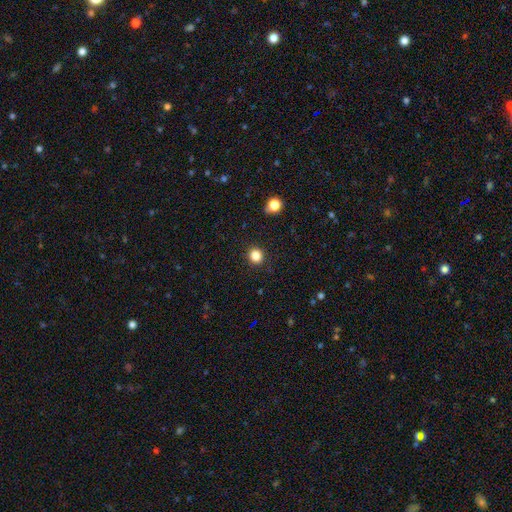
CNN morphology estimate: Smooth or featured? smooth (84%)
How rounded? round (90%)
Merging? none (91%)